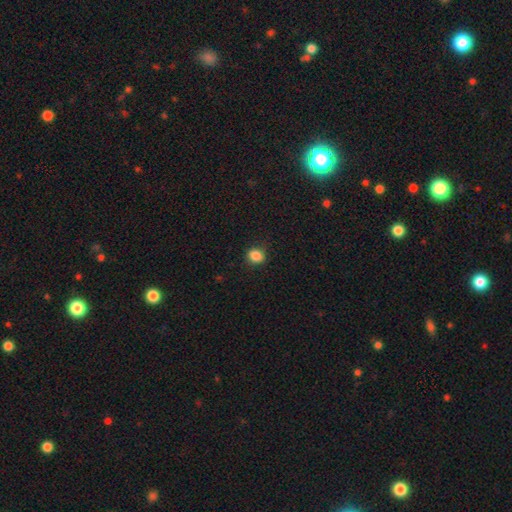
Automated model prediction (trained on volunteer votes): Q: Smooth or featured?
A: smooth (86%); runner-up: star or artifact (10%)
Q: How rounded?
A: round (62%); runner-up: in between (37%)
Q: Merging?
A: none (86%); runner-up: minor disturbance (10%)